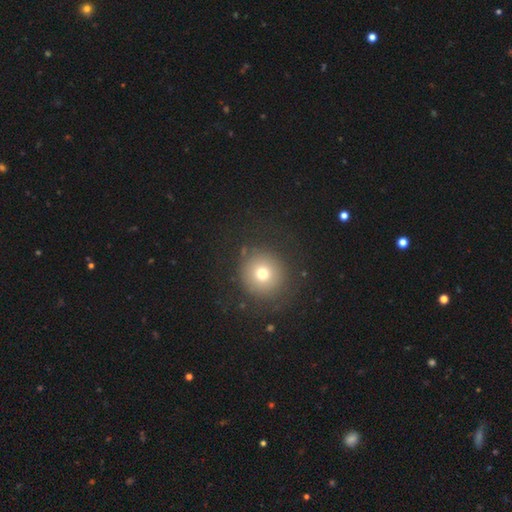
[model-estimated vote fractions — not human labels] A smooth galaxy with no disk features (54%) that is round (91%). Merging: none (87%).